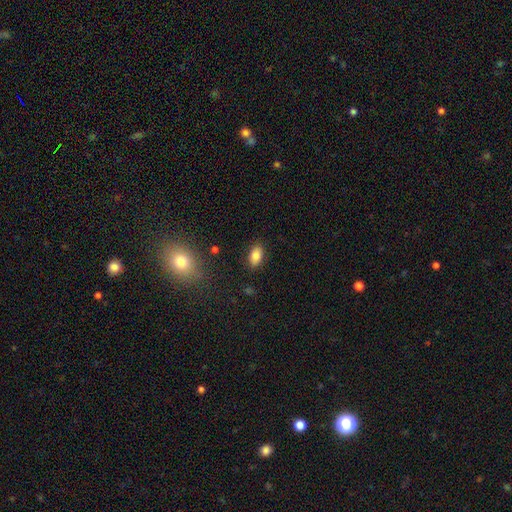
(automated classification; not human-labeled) Smooth or featured? Predicted: smooth (p=0.83). How rounded? Predicted: in between (p=0.90). Merging? Predicted: none (p=0.87).